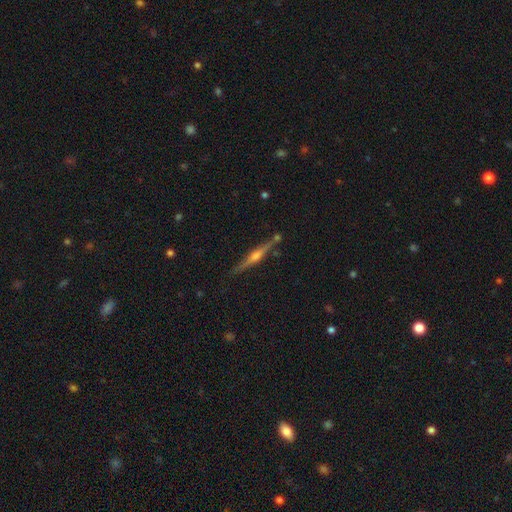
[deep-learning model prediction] This is clearly a featured or disk galaxy (82%). It is clearly viewed edge-on (98%). Edge-on bulge: clearly rounded (88%). Merging: clearly none (86%).